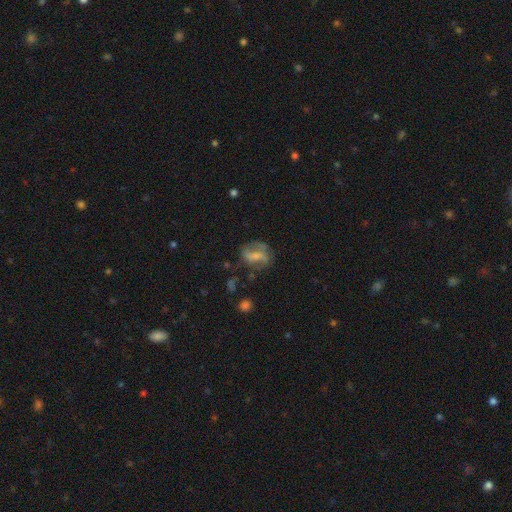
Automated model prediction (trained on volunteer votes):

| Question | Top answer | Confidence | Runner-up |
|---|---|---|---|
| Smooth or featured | featured or disk | 51% | smooth (38%) |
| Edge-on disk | no | 95% | yes (5%) |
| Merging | none | 49% | minor disturbance (24%) |